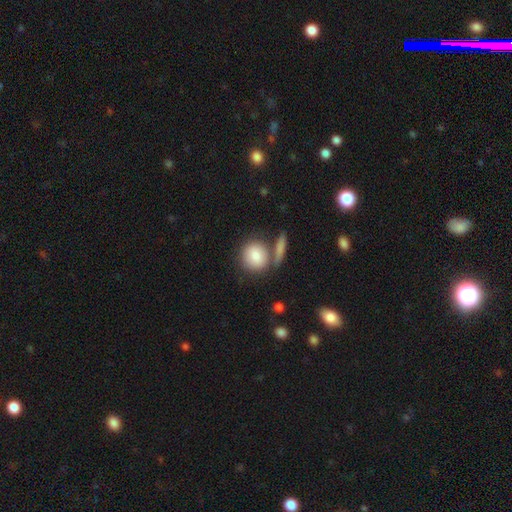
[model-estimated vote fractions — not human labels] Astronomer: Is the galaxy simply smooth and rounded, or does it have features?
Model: smooth — 84%.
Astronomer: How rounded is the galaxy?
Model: round — 77%.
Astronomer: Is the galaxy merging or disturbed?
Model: none — 59%.